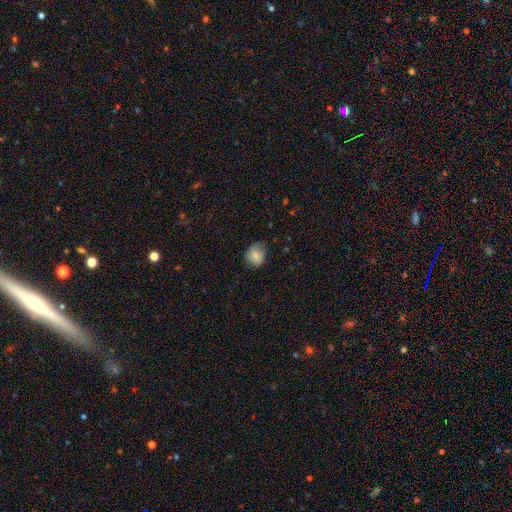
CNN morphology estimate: This is likely a smooth galaxy (76%). How rounded: likely round (66%). Merging: likely none (64%).